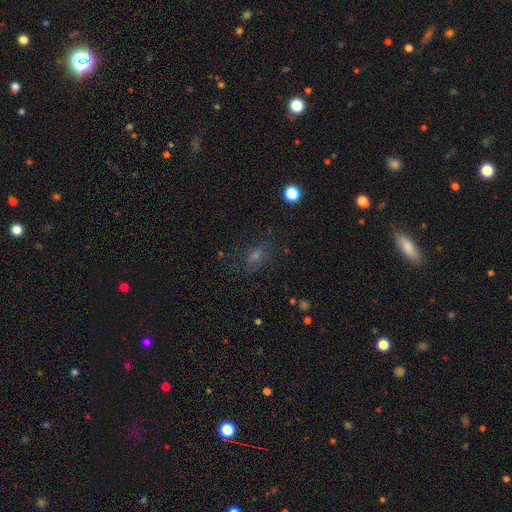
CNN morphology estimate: Q: Smooth or featured?
A: smooth (46%); runner-up: star or artifact (31%)
Q: Merging?
A: none (70%); runner-up: minor disturbance (16%)